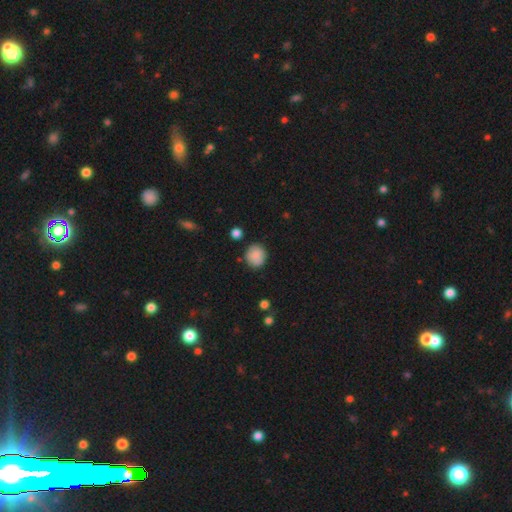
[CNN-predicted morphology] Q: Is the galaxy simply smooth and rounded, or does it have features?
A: smooth — 86%.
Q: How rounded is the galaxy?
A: round — 83%.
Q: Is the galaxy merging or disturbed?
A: none — 81%.